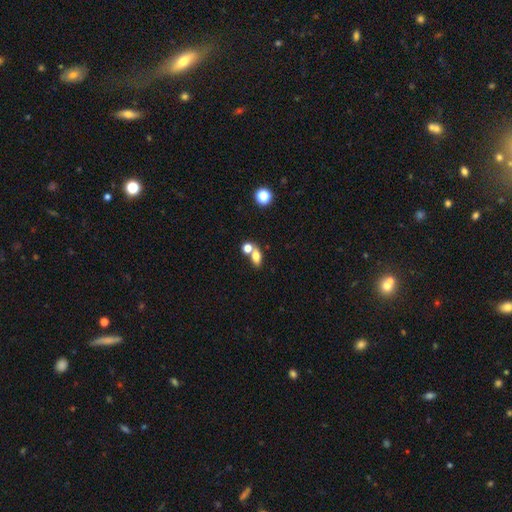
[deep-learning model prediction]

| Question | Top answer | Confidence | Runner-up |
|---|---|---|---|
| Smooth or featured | smooth | 76% | featured or disk (12%) |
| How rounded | in between | 77% | round (19%) |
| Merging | none | 45% | merger (42%) |